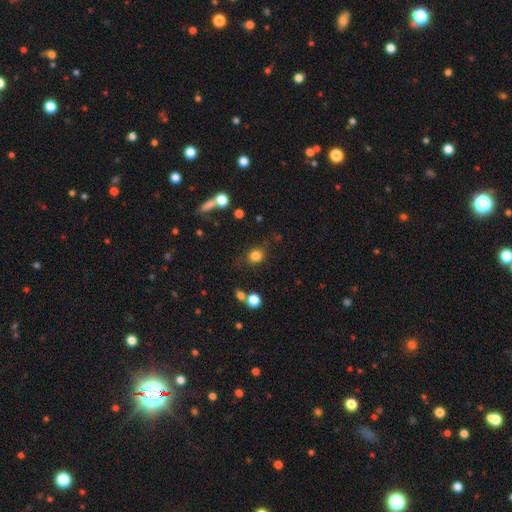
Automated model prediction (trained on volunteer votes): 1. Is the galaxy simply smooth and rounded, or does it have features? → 83% smooth, 12% star or artifact, 5% featured or disk.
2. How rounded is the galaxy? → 74% round, 24% in between, 1% cigar-shaped.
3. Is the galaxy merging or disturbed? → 78% none, 13% minor disturbance, 5% major disturbance, 4% merger.